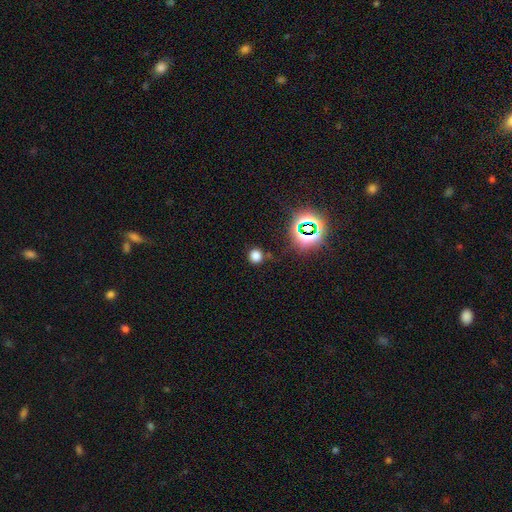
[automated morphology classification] A smooth galaxy with no disk features (69%) that is round (86%).

Vote fractions:
- Smooth or featured? smooth: 69% / star or artifact: 26% / featured or disk: 5%
- How rounded? round: 86% / in between: 13% / cigar-shaped: 1%
- Merging? none: 81% / minor disturbance: 11% / major disturbance: 4% / merger: 4%